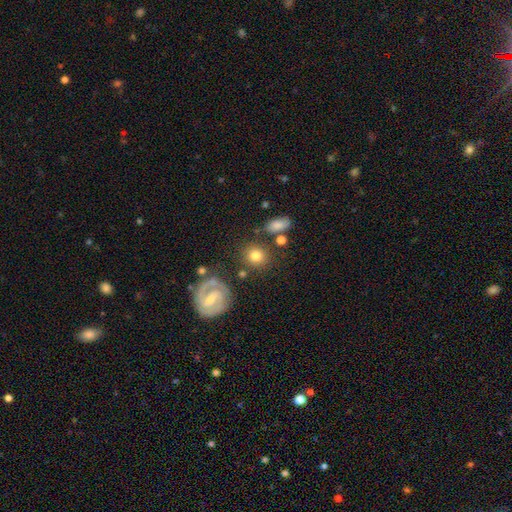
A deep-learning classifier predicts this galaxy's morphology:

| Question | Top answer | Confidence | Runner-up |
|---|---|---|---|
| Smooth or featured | smooth | 71% | featured or disk (20%) |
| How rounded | round | 86% | in between (13%) |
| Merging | none | 78% | minor disturbance (11%) |